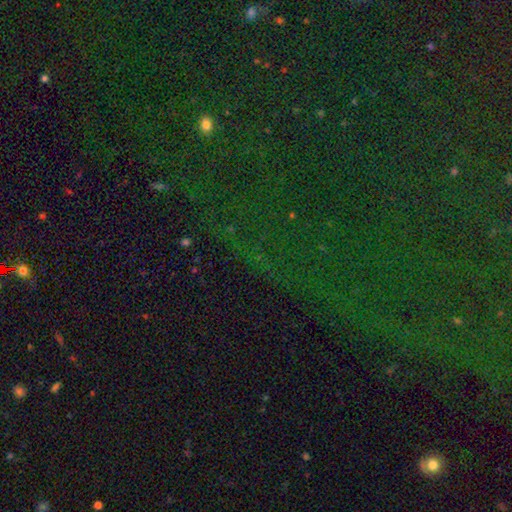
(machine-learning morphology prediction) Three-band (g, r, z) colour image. It shows a star or artifact, not a galaxy (82%).